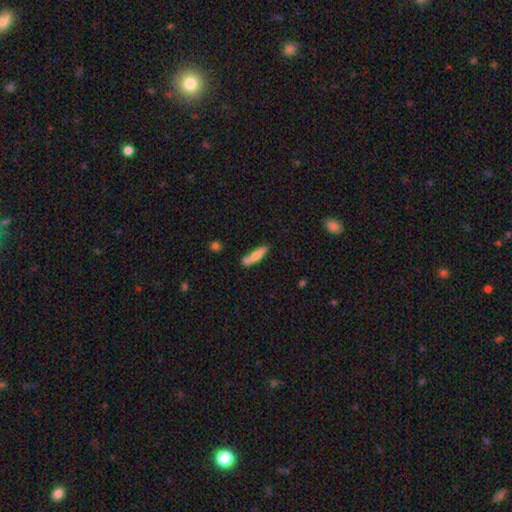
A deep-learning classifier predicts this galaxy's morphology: smooth_or_featured: smooth (p=0.71) [alt: featured or disk p=0.23]
how_rounded: cigar-shaped (p=0.69) [alt: in between p=0.29]
merging: none (p=0.57) [alt: merger p=0.21]